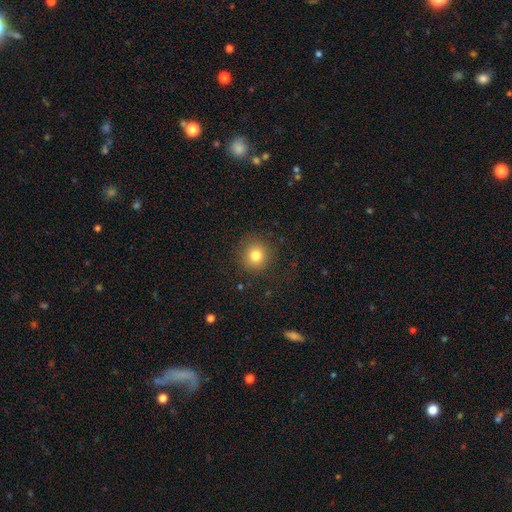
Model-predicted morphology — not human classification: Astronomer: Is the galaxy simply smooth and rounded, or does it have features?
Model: smooth — 80%.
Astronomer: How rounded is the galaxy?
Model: round — 93%.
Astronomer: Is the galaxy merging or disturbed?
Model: none — 87%.